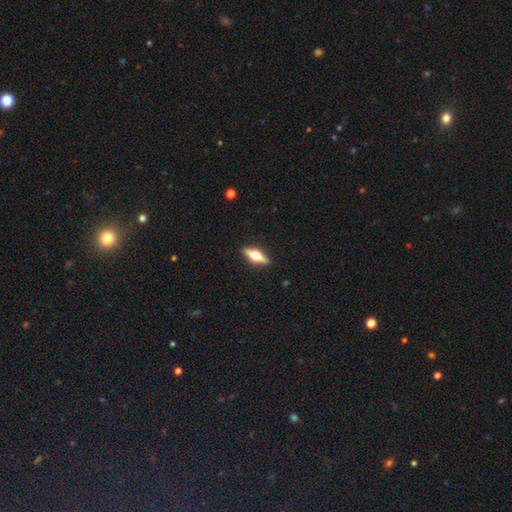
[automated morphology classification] Smooth or featured: featured or disk — 65% (smooth — 29%)
Edge-on disk: yes — 96% (no — 4%)
Edge-on bulge: rounded — 96% (boxy — 3%)
Merging: none — 90% (minor disturbance — 7%)